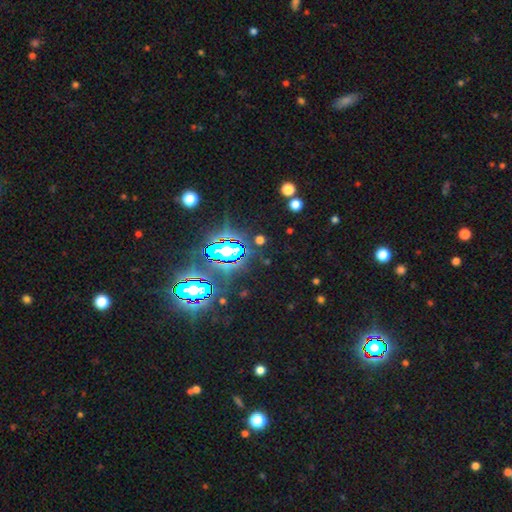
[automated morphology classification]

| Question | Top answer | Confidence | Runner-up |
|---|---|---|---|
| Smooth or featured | star or artifact | 81% | smooth (11%) |